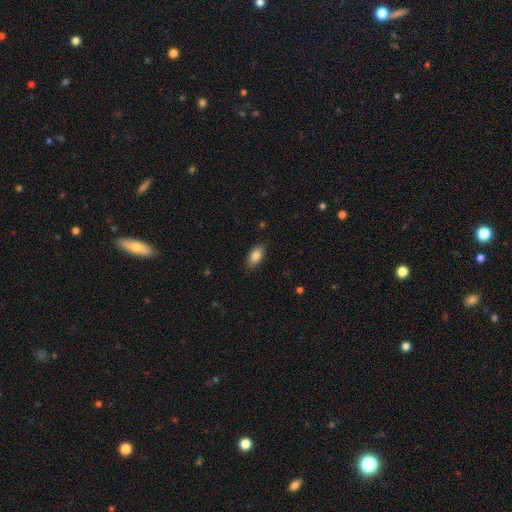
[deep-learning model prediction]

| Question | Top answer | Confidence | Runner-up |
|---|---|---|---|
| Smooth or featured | smooth | 86% | star or artifact (7%) |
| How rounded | in between | 91% | cigar-shaped (6%) |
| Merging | none | 87% | minor disturbance (10%) |